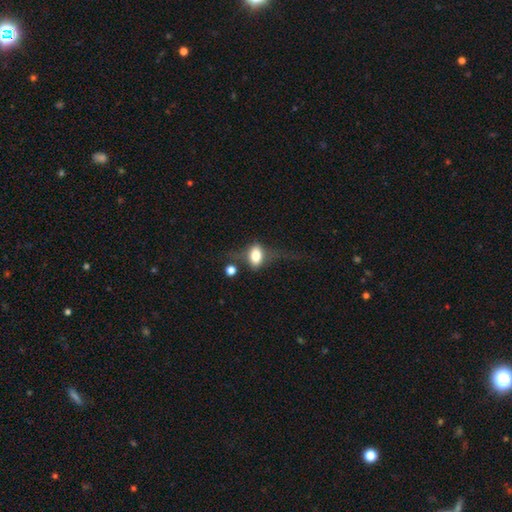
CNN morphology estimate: Smooth or featured? smooth (62%)
How rounded? in between (79%)
Merging? none (41%)